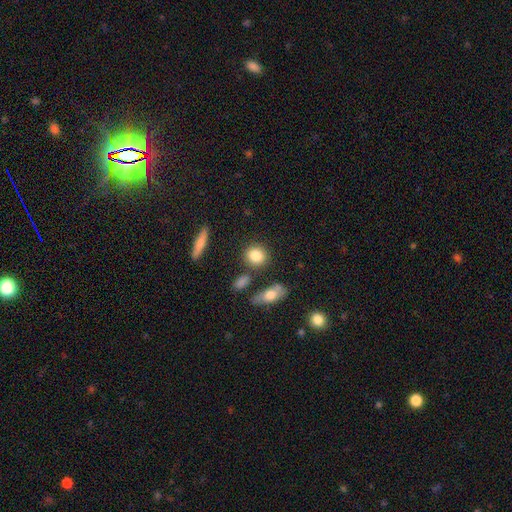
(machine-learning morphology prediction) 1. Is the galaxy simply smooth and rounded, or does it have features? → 83% smooth, 9% featured or disk, 8% star or artifact.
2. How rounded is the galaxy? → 72% round, 25% in between, 3% cigar-shaped.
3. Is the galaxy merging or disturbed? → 79% none, 11% minor disturbance, 7% merger, 3% major disturbance.